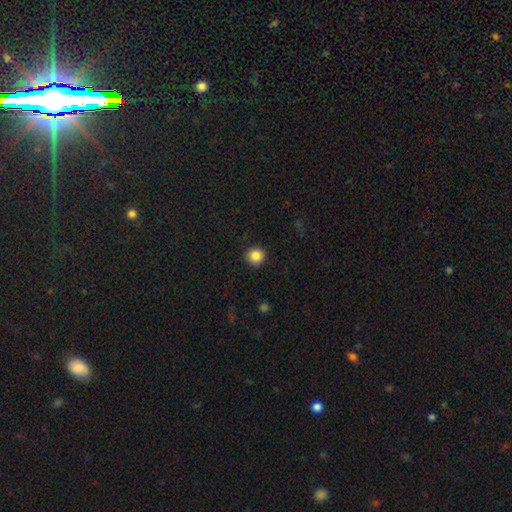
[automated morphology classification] smooth-or-featured: smooth: 86% | star or artifact: 10% | featured or disk: 4%
  how-rounded: round: 95% | in between: 4% | cigar-shaped: 1%
  merging: none: 91% | minor disturbance: 6% | major disturbance: 2% | merger: 1%